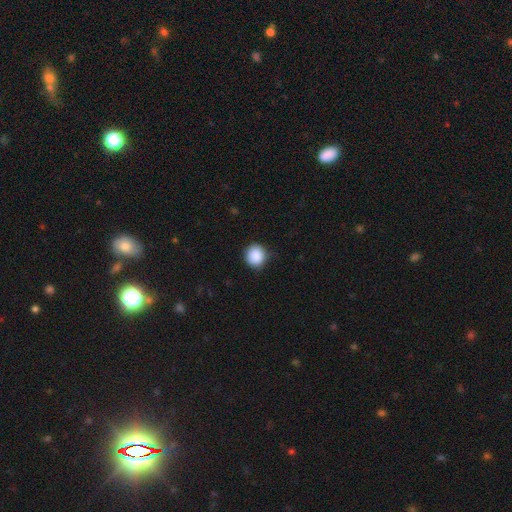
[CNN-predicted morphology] A smooth galaxy with no disk features (89%) that is round (88%).

Vote fractions:
- Smooth or featured? smooth: 89% / star or artifact: 8% / featured or disk: 3%
- How rounded? round: 88% / in between: 11% / cigar-shaped: 1%
- Merging? none: 85% / minor disturbance: 11% / major disturbance: 2% / merger: 1%